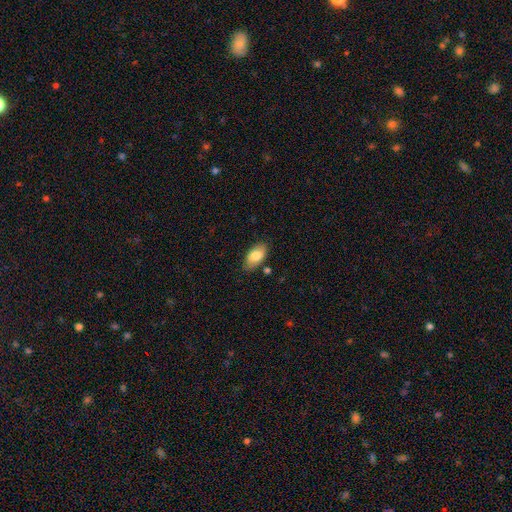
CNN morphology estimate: The model was most divided on "smooth or featured": smooth: 77%, featured or disk: 16%, star or artifact: 7%. More confident: how rounded — in between (94%); merging — none (81%).